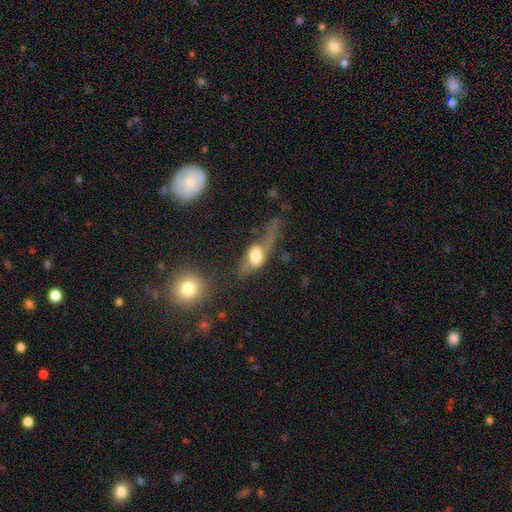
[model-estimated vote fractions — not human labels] Morphology: type=smooth (48%); merging=major disturbance (51%).